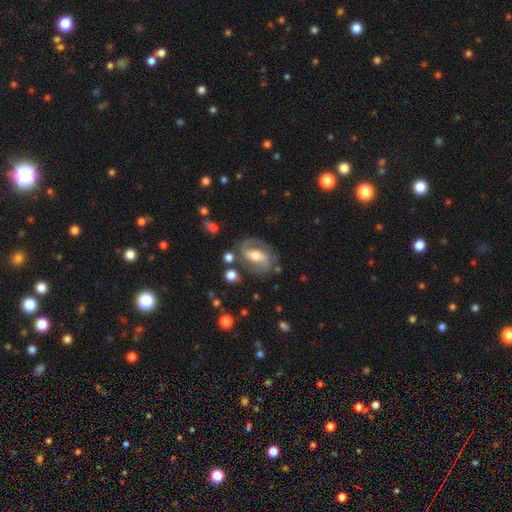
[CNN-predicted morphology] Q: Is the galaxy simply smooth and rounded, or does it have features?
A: featured or disk — 79%.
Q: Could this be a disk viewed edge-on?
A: no — 96%.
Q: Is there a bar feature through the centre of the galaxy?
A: strong — 40%.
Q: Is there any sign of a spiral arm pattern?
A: yes — 90%.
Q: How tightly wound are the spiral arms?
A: medium — 52%.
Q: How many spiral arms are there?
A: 2 — 88%.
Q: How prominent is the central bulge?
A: moderate — 66%.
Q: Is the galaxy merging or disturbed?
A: none — 74%.